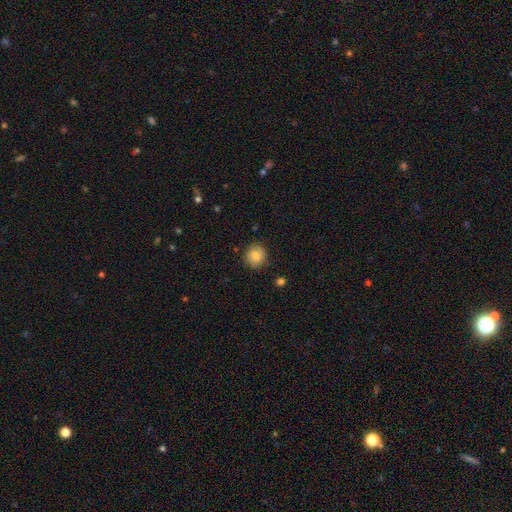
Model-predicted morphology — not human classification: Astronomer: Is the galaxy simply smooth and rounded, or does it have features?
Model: smooth — 81%.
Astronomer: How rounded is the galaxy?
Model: round — 86%.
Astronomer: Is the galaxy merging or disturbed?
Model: none — 84%.